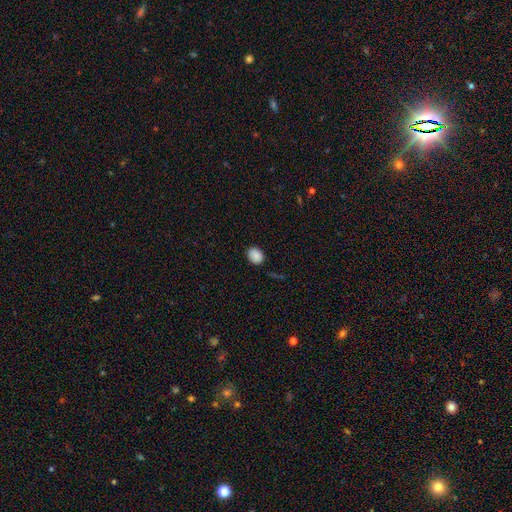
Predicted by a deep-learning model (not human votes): This is clearly a smooth galaxy (86%). How rounded: possibly round (58%). Merging: clearly none (82%).